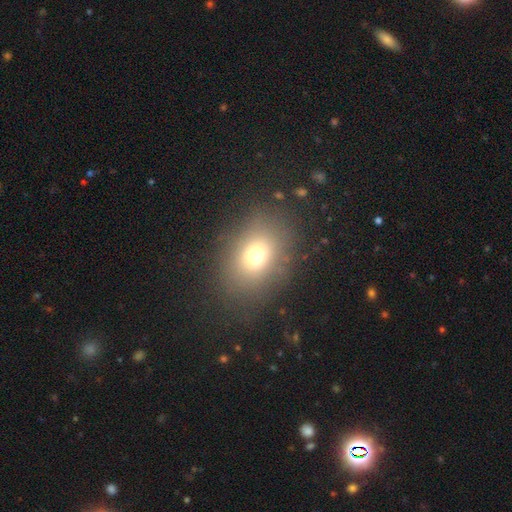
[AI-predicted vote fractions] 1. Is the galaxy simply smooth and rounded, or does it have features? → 71% smooth, 16% star or artifact, 13% featured or disk.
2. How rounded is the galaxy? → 60% in between, 38% round, 1% cigar-shaped.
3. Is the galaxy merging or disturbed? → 81% none, 11% minor disturbance, 7% major disturbance, 1% merger.